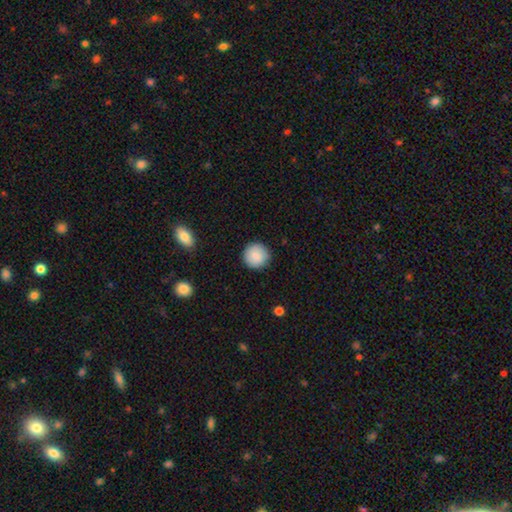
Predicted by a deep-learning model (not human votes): smooth 88%, star or artifact 7%, featured or disk 4%. Down the decision tree: how rounded — round (95%); merging — none (91%).